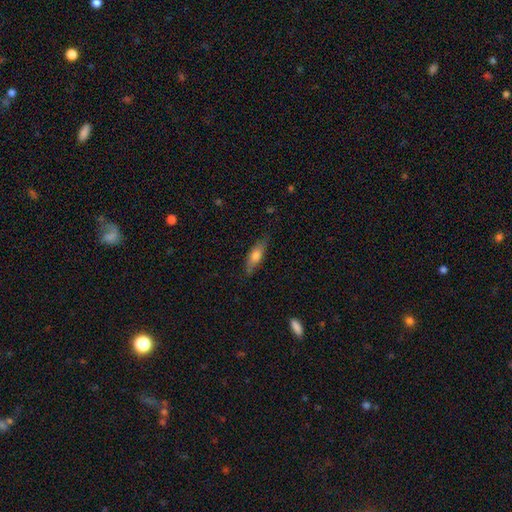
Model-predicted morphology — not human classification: A smooth galaxy with no disk features (63%) that is in between round and cigar-shaped (50%).

Vote fractions:
- Smooth or featured? smooth: 63% / featured or disk: 31% / star or artifact: 7%
- How rounded? in between: 50% / cigar-shaped: 47% / round: 3%
- Merging? none: 78% / minor disturbance: 17% / major disturbance: 3% / merger: 1%